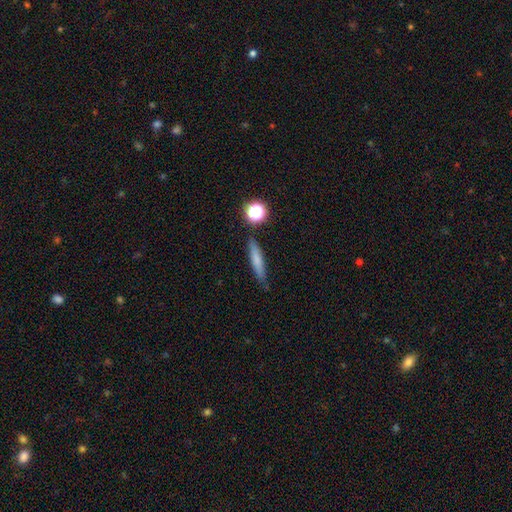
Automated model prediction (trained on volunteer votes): Smooth or featured? smooth (65%)
How rounded? cigar-shaped (86%)
Merging? none (82%)